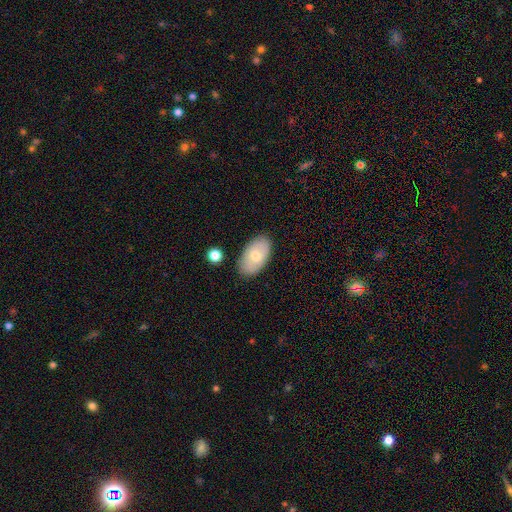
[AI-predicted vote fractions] Smooth or featured? Predicted: smooth (p=0.70). How rounded? Predicted: in between (p=0.94). Merging? Predicted: none (p=0.82).